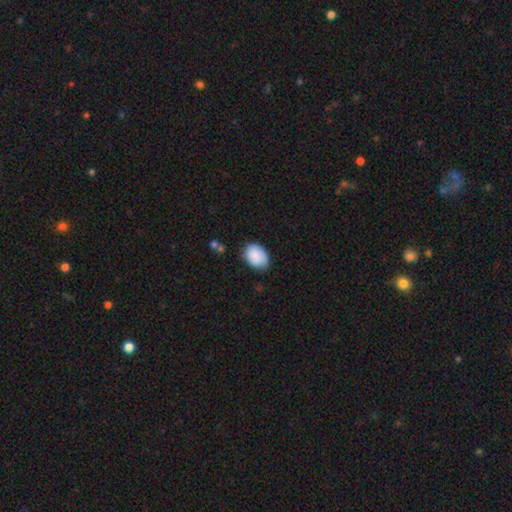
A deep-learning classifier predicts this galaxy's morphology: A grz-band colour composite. It shows a smooth galaxy with no disk features (86%) that is in between round and cigar-shaped (77%). Merging: none (72%).